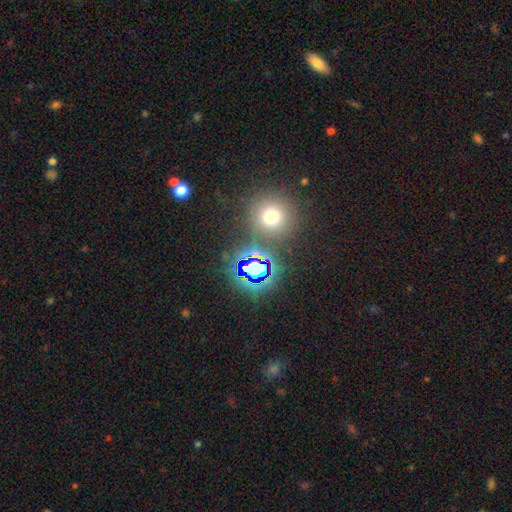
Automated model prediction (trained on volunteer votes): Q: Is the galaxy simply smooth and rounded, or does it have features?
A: star or artifact — 65%.